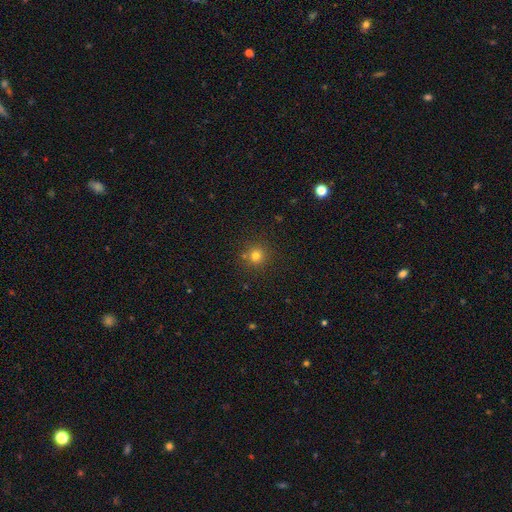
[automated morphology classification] Q: Smooth or featured?
A: smooth (75%); runner-up: star or artifact (18%)
Q: How rounded?
A: round (92%); runner-up: in between (7%)
Q: Merging?
A: none (82%); runner-up: minor disturbance (8%)